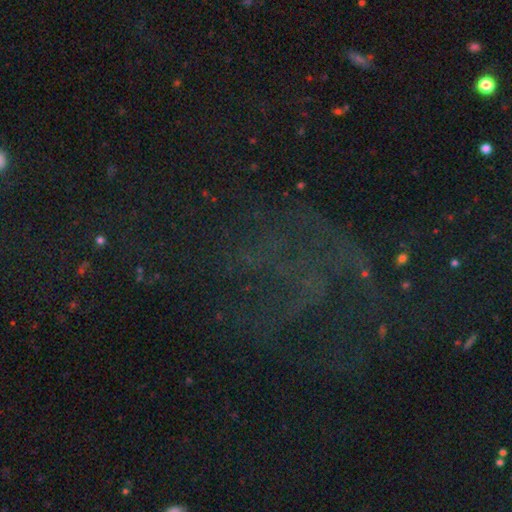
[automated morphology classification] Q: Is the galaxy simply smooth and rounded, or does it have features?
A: star or artifact — 55%.